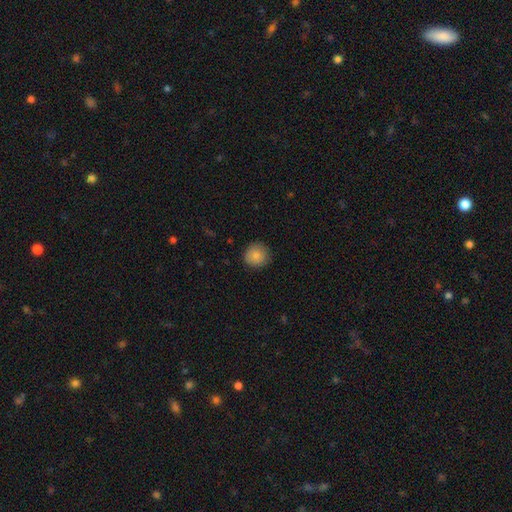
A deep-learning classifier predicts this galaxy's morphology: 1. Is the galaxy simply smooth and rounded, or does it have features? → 85% smooth, 8% star or artifact, 7% featured or disk.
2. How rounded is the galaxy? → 93% round, 6% in between, 1% cigar-shaped.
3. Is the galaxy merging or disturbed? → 86% none, 11% minor disturbance, 2% major disturbance, 1% merger.